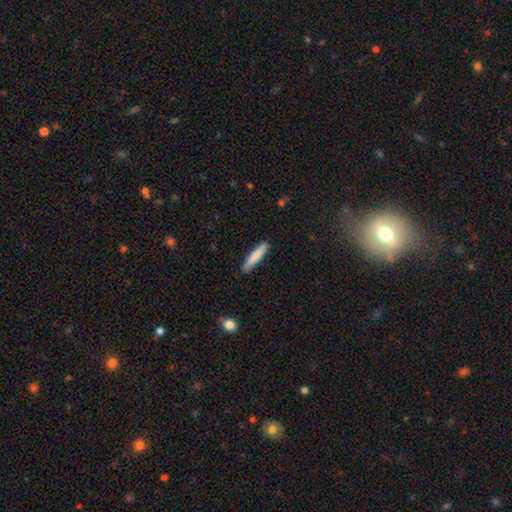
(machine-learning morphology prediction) This appears to be a smooth galaxy with no disk features (80%) that is cigar-shaped (89%). Merging: none (88%).